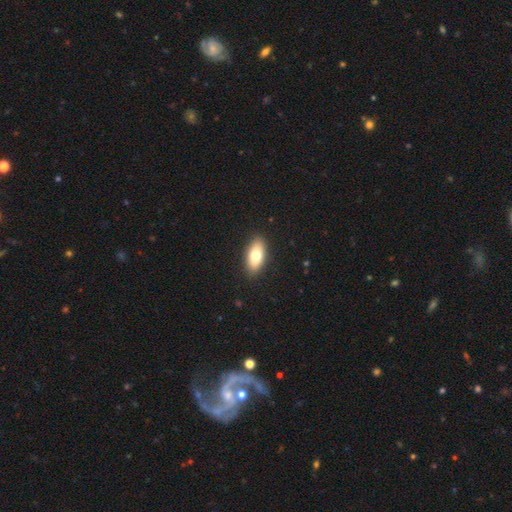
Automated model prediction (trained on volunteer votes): This is likely a smooth galaxy (74%). How rounded: clearly in between (89%). Merging: clearly none (89%).